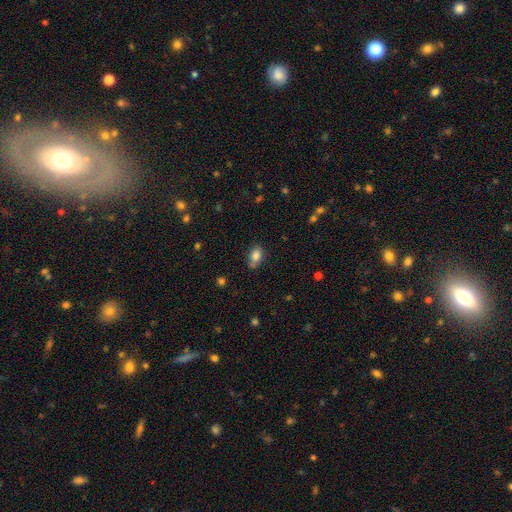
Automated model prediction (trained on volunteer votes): This appears to be a smooth galaxy with no disk features (84%) that is in between round and cigar-shaped (86%). Merging: none (65%).